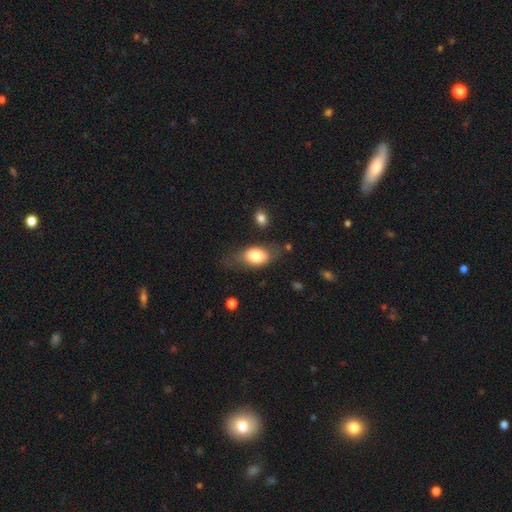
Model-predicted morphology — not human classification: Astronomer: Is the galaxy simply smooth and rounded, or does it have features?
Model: smooth — 75%.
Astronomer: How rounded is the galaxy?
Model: in between — 84%.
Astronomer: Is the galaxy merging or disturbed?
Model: none — 61%.